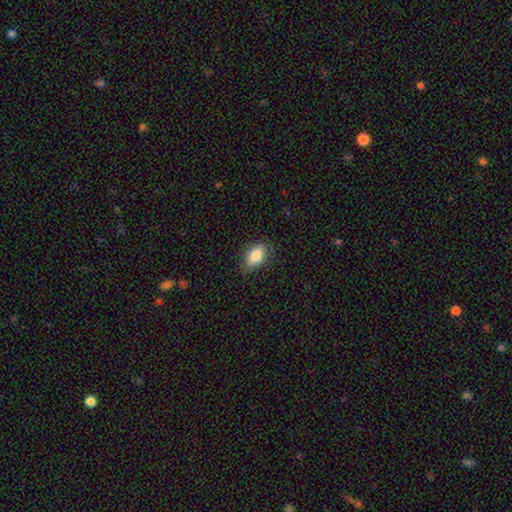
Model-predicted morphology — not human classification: smooth 84%, featured or disk 9%, star or artifact 7%. Down the decision tree: how rounded — in between (90%); merging — none (78%).